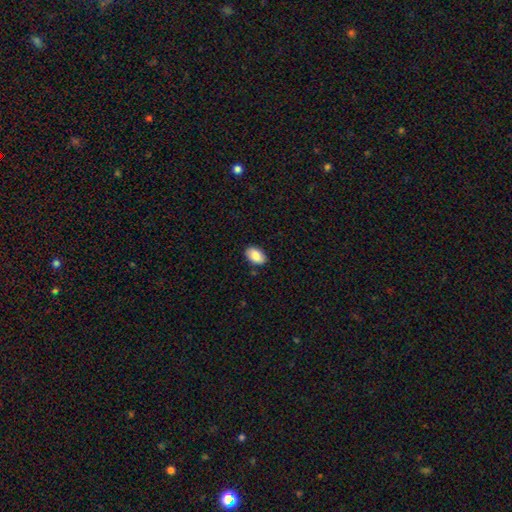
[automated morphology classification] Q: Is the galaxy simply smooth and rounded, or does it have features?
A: smooth — 87%.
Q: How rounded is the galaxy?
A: in between — 90%.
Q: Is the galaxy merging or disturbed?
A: none — 85%.